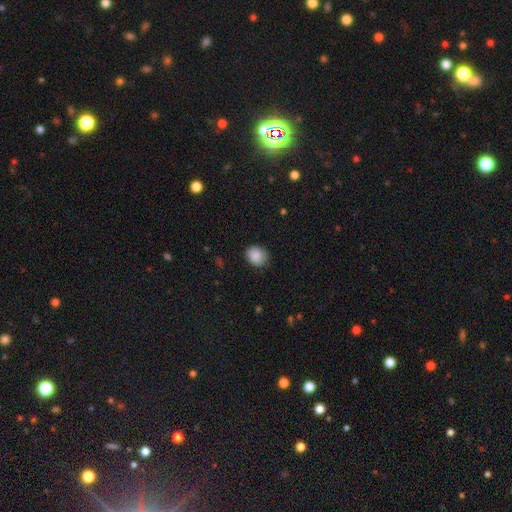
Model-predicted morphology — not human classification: type=smooth (88%); roundness=round (66%); merging=none (80%).